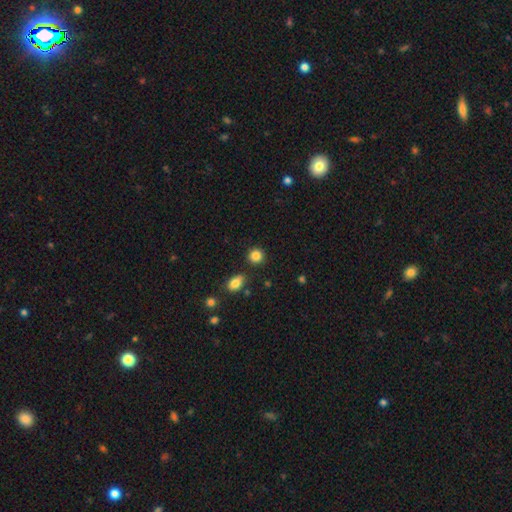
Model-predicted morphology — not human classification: Q: Smooth or featured?
A: smooth (86%); runner-up: star or artifact (10%)
Q: How rounded?
A: round (88%); runner-up: in between (11%)
Q: Merging?
A: none (86%); runner-up: minor disturbance (8%)